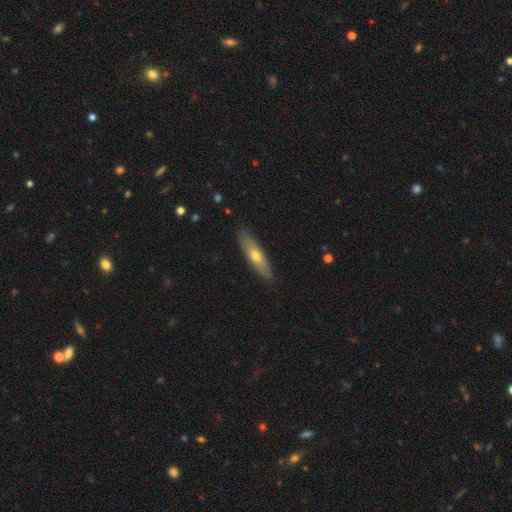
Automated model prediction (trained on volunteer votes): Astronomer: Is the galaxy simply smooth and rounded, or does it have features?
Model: featured or disk — 48% (runner-up: smooth, 46%).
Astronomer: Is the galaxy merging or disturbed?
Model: none — 87%.